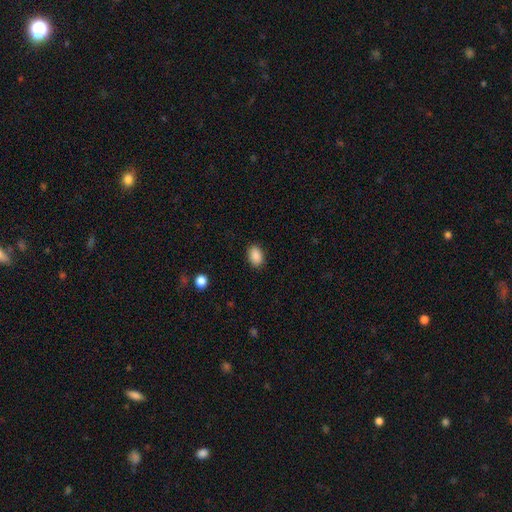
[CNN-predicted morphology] Smooth or featured?
  - smooth: 88% *
  - star or artifact: 8%
  - featured or disk: 4%
How rounded?
  - in between: 85% *
  - round: 14%
  - cigar-shaped: 1%
Merging?
  - none: 88% *
  - minor disturbance: 9%
  - major disturbance: 2%
  - merger: 1%